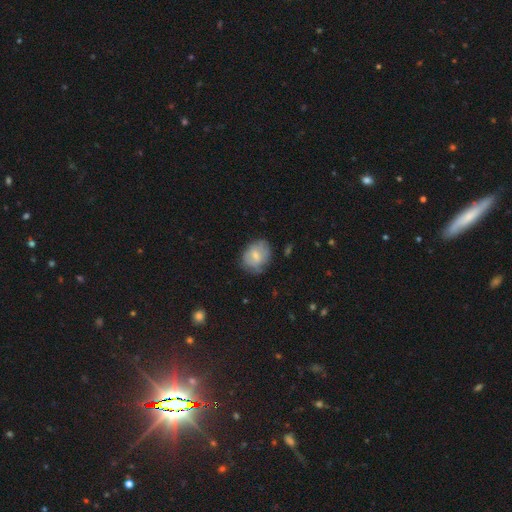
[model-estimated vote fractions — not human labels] Smooth or featured? smooth (62%)
How rounded? in between (54%)
Merging? none (65%)